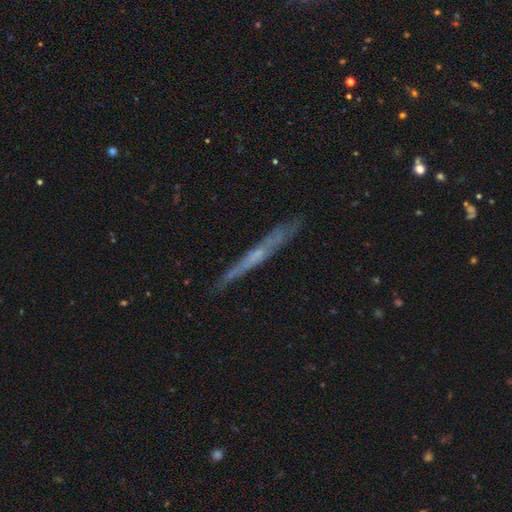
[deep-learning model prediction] Overall: featured or disk (61%; smooth 31%). Edge-on disk: yes (94%). Edge-on bulge: none (67%). Merging: none (84%).